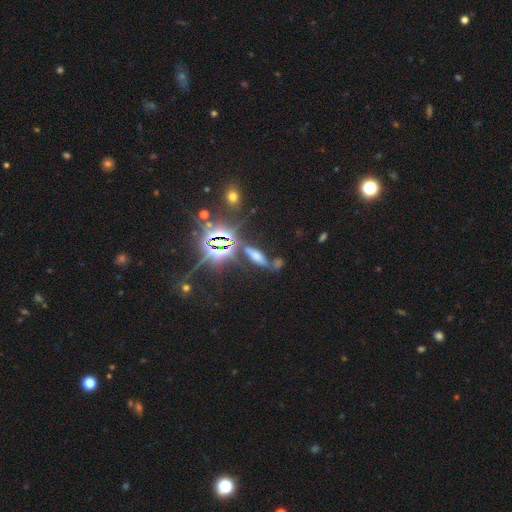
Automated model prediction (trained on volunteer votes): smooth-or-featured: star or artifact: 38% | smooth: 36% | featured or disk: 25%